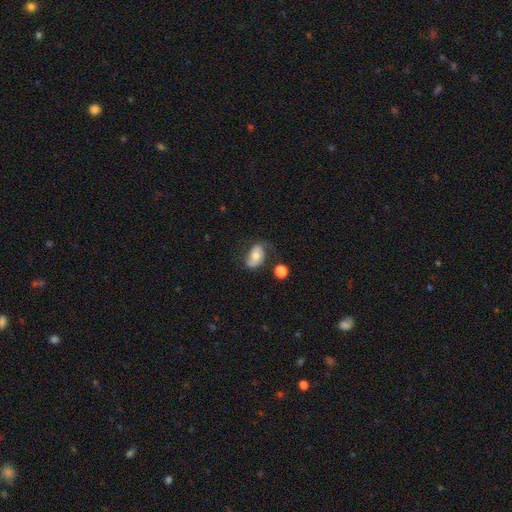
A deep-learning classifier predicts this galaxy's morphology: Smooth or featured? Predicted: smooth (p=0.48). Merging? Predicted: none (p=0.55).